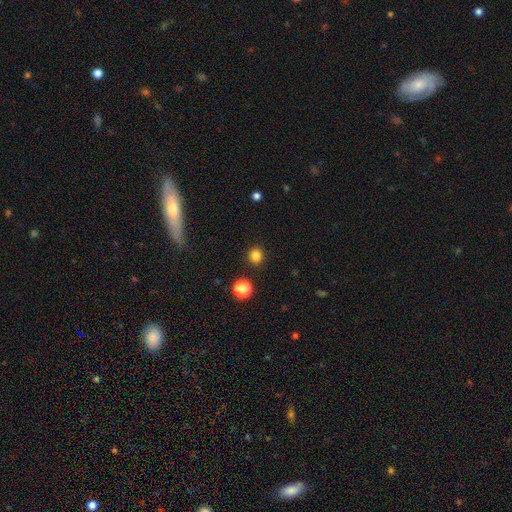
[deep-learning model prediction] smooth_or_featured: smooth (p=0.83) [alt: star or artifact p=0.13]
how_rounded: round (p=0.92) [alt: in between p=0.07]
merging: none (p=0.92) [alt: minor disturbance p=0.05]